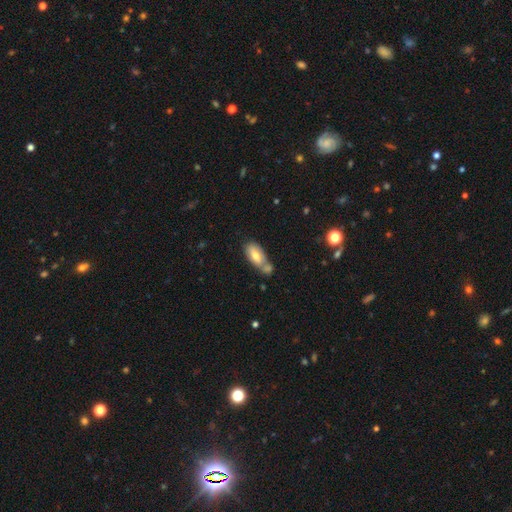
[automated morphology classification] A smooth galaxy with no disk features (71%) that is in between round and cigar-shaped (87%).

Vote fractions:
- Smooth or featured? smooth: 71% / featured or disk: 22% / star or artifact: 7%
- How rounded? in between: 87% / cigar-shaped: 10% / round: 4%
- Merging? merger: 46% / none: 34% / minor disturbance: 15% / major disturbance: 5%